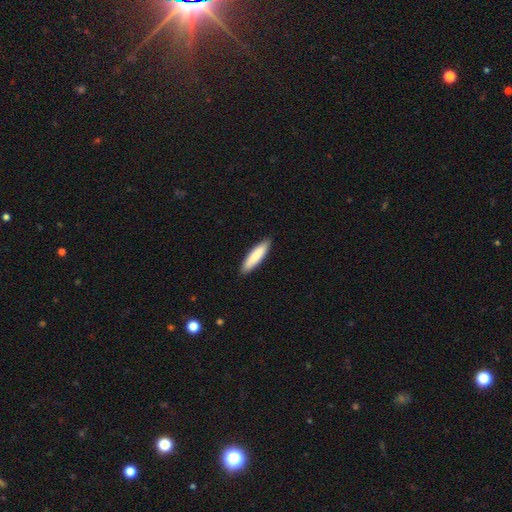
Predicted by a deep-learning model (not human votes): Smooth or featured? smooth (85%)
How rounded? cigar-shaped (73%)
Merging? none (89%)